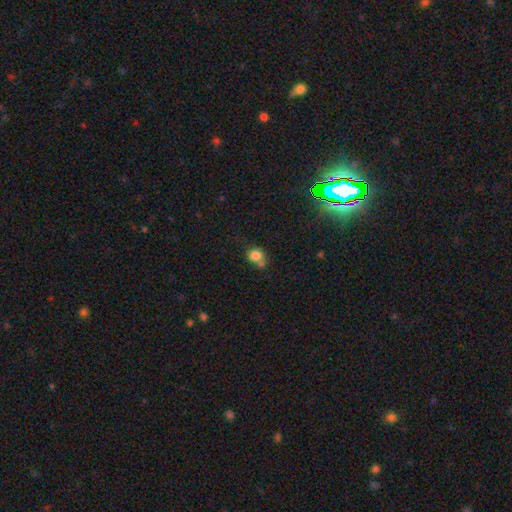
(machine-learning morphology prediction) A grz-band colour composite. It shows a smooth galaxy with no disk features (80%) that is round (75%). Merging: none (47%).